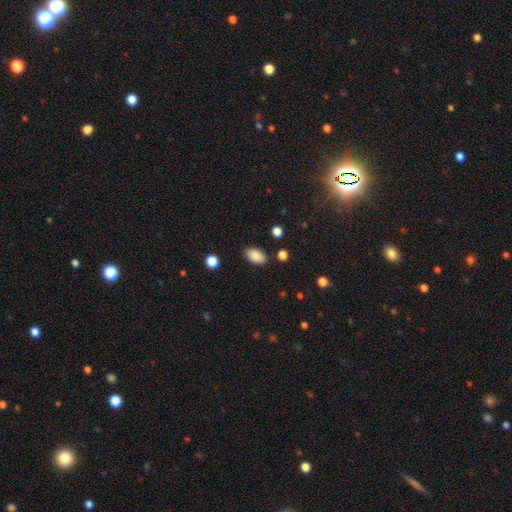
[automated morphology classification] A smooth galaxy with no disk features (87%) that is in between round and cigar-shaped (92%).

Vote fractions:
- Smooth or featured? smooth: 87% / star or artifact: 8% / featured or disk: 5%
- How rounded? in between: 92% / round: 6% / cigar-shaped: 2%
- Merging? none: 86% / minor disturbance: 10% / major disturbance: 3% / merger: 2%